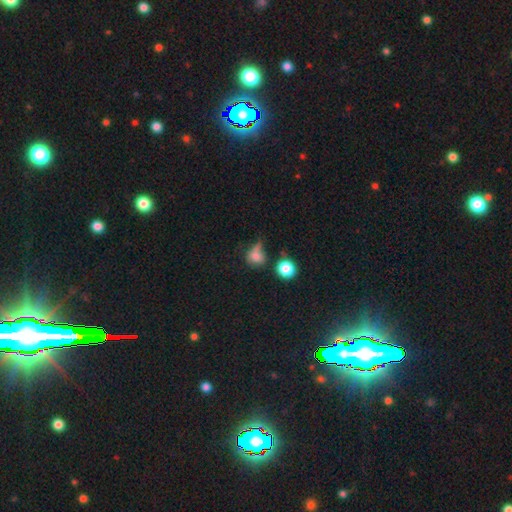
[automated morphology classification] A smooth galaxy with no disk features (71%) that is round (73%). Merging: none (38%).